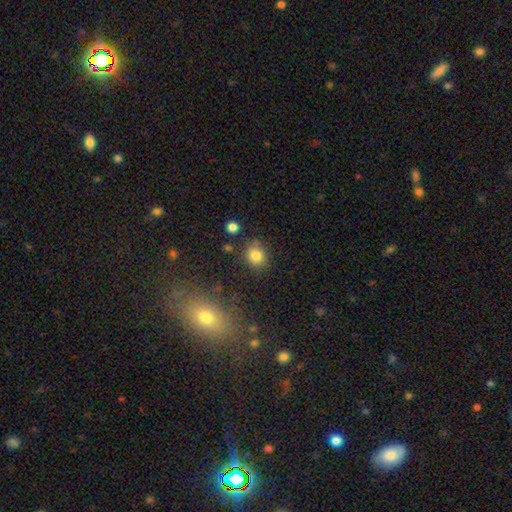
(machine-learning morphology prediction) Smooth or featured: smooth — 82% (star or artifact — 12%)
How rounded: round — 75% (in between — 24%)
Merging: none — 77% (minor disturbance — 14%)